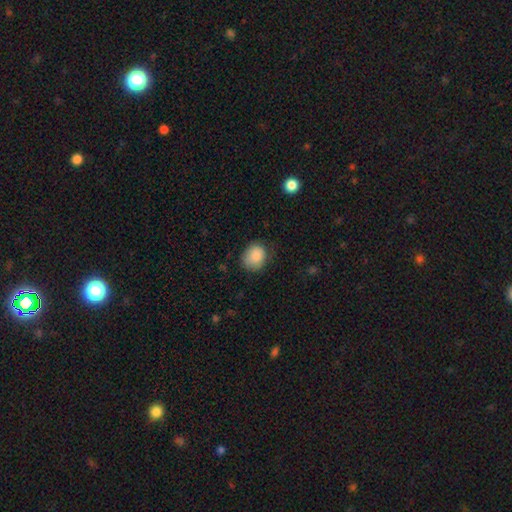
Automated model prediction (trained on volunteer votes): Overall: smooth (87%). How rounded: round (60%; in between 39%). Merging: none (70%).